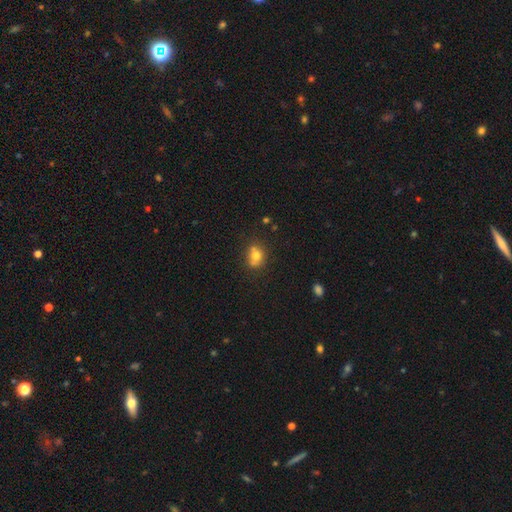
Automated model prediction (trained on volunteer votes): smooth-or-featured: smooth: 71% | featured or disk: 17% | star or artifact: 12%
  how-rounded: round: 60% | in between: 39% | cigar-shaped: 1%
  merging: none: 54% | merger: 23% | minor disturbance: 18% | major disturbance: 5%